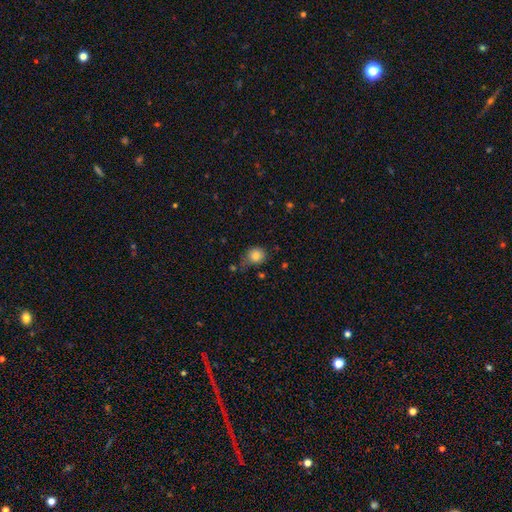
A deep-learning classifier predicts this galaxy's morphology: smooth 83%, star or artifact 10%, featured or disk 7%. Down the decision tree: how rounded — round (75%); merging — none (58%).